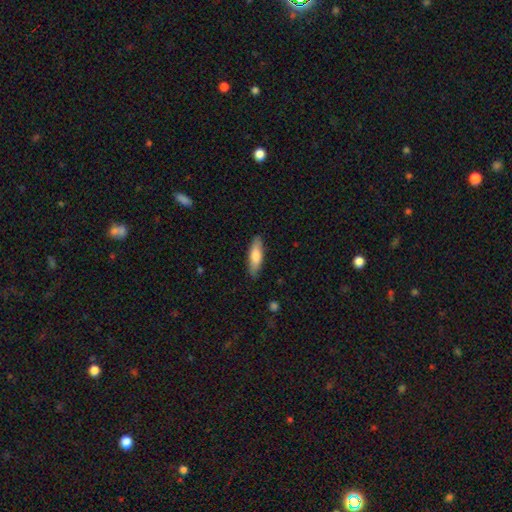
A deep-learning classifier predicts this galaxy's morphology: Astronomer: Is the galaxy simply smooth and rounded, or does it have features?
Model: smooth — 75%.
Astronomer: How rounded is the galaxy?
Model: cigar-shaped — 53% (runner-up: in between, 45%).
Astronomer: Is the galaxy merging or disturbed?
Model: none — 87%.